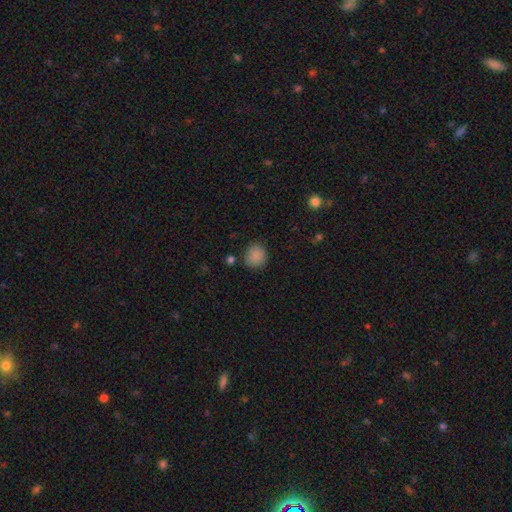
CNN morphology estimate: Q: Smooth or featured?
A: smooth (86%); runner-up: star or artifact (10%)
Q: How rounded?
A: round (82%); runner-up: in between (17%)
Q: Merging?
A: none (81%); runner-up: minor disturbance (12%)